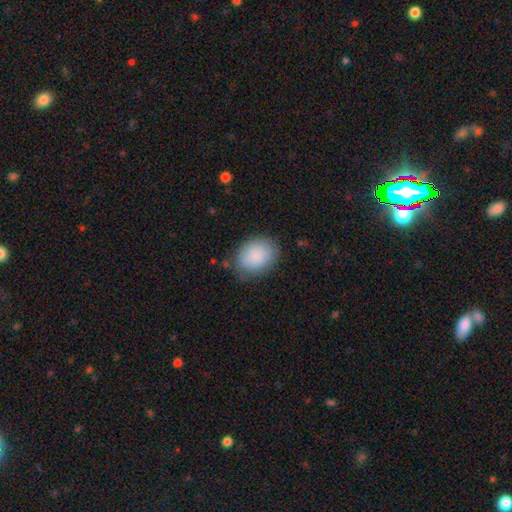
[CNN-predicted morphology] Smooth or featured? smooth (88%)
How rounded? in between (60%)
Merging? none (76%)